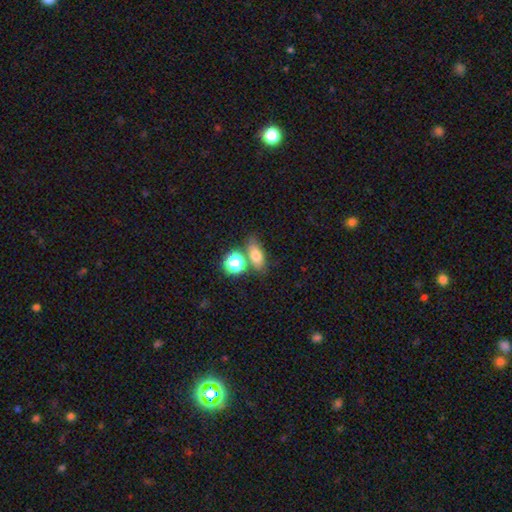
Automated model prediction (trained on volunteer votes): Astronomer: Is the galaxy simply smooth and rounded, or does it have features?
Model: smooth — 71%.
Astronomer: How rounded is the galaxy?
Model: in between — 68%.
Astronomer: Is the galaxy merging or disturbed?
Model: none — 65%.